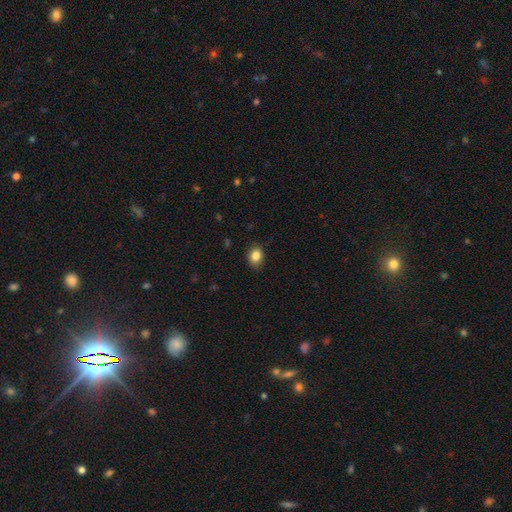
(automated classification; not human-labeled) smooth_or_featured: smooth (p=0.85) [alt: star or artifact p=0.09]
how_rounded: in between (p=0.61) [alt: round p=0.38]
merging: none (p=0.83) [alt: minor disturbance p=0.13]